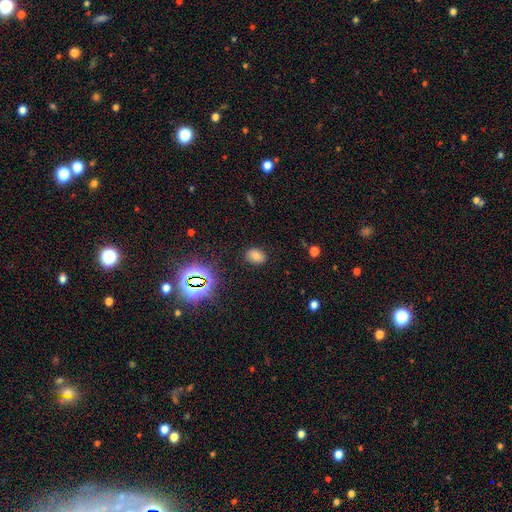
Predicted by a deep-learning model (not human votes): A smooth galaxy with no disk features (70%) that is in between round and cigar-shaped (67%).

Vote fractions:
- Smooth or featured? smooth: 70% / star or artifact: 21% / featured or disk: 9%
- How rounded? in between: 67% / round: 32% / cigar-shaped: 1%
- Merging? none: 86% / minor disturbance: 10% / major disturbance: 3% / merger: 1%